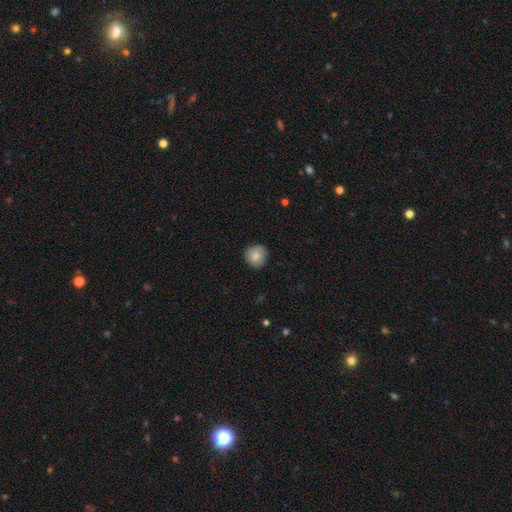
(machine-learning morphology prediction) Smooth or featured: smooth — 83% (featured or disk — 9%)
How rounded: round — 93% (in between — 6%)
Merging: none — 86% (minor disturbance — 11%)